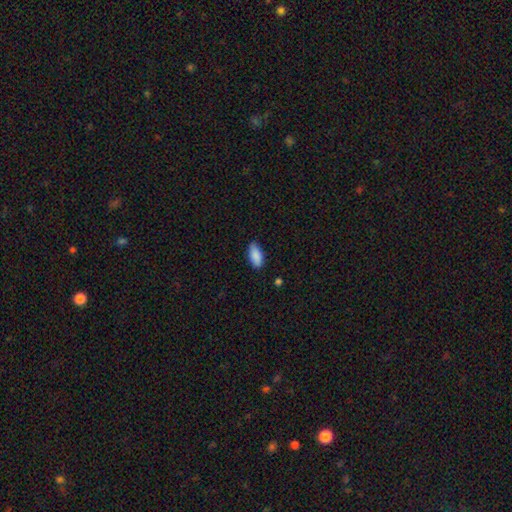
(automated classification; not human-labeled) Morphology: type=smooth (89%); roundness=in between (90%); merging=none (82%).